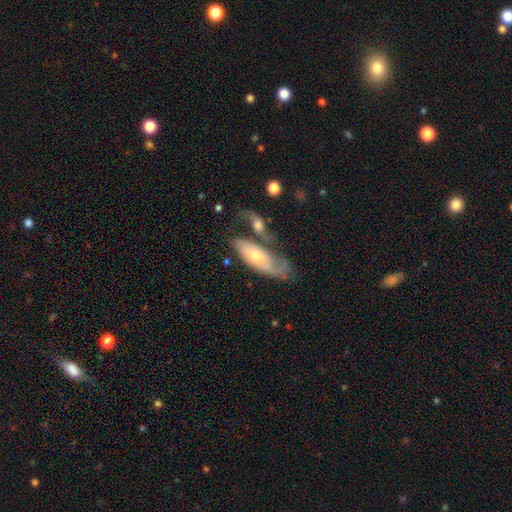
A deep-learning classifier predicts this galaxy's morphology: Smooth or featured?
  - featured or disk: 48% *
  - smooth: 46%
  - star or artifact: 6%
Merging?
  - none: 31% *
  - merger: 30%
  - minor disturbance: 19%
  - major disturbance: 19%